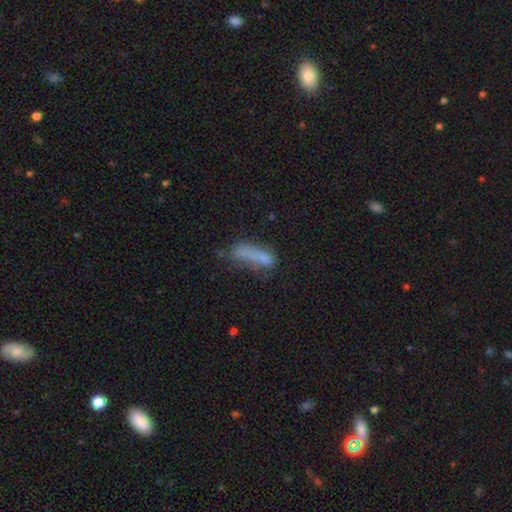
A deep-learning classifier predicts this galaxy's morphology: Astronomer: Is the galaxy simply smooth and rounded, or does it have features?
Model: smooth — 66%.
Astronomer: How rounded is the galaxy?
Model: cigar-shaped — 58% (runner-up: in between, 39%).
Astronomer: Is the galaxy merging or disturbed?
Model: none — 36% (runner-up: minor disturbance, 24%).